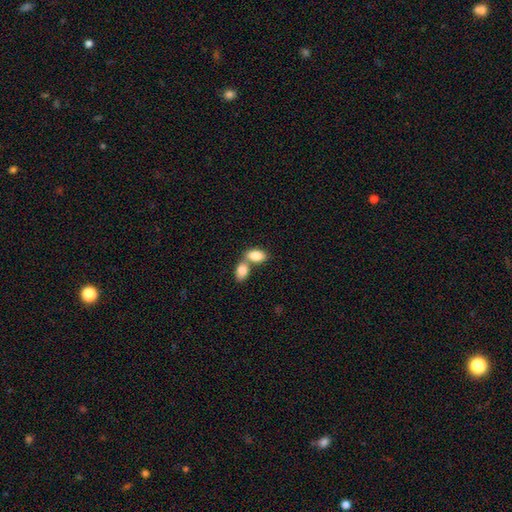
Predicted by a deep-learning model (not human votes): smooth-or-featured: smooth: 85% | featured or disk: 9% | star or artifact: 6%
  how-rounded: in between: 92% | round: 6% | cigar-shaped: 2%
  merging: merger: 57% | none: 32% | minor disturbance: 7% | major disturbance: 3%